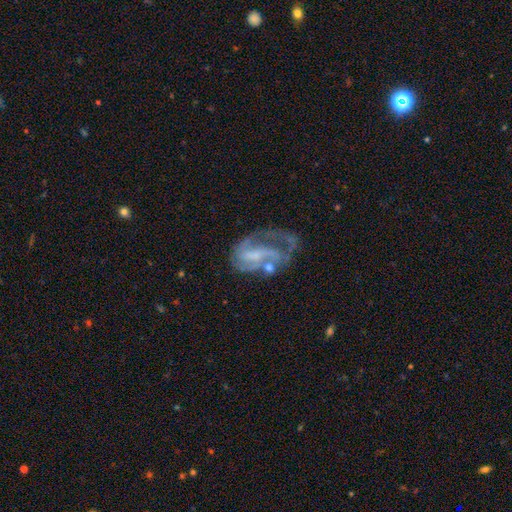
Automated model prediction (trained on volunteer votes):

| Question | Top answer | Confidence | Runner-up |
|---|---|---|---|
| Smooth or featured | featured or disk | 77% | smooth (14%) |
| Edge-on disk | no | 97% | yes (3%) |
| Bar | weak | 44% | no (38%) |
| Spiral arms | yes | 81% | no (19%) |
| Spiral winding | medium | 44% | loose (30%) |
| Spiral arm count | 2 | 37% | can't tell (24%) |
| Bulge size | small | 39% | none (33%) |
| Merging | major disturbance | 39% | none (30%) |